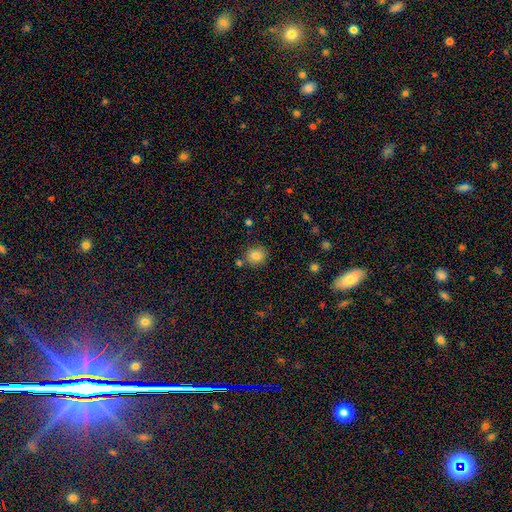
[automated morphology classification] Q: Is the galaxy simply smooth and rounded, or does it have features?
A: smooth — 83%.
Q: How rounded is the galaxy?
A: round — 75%.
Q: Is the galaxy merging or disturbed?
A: none — 79%.